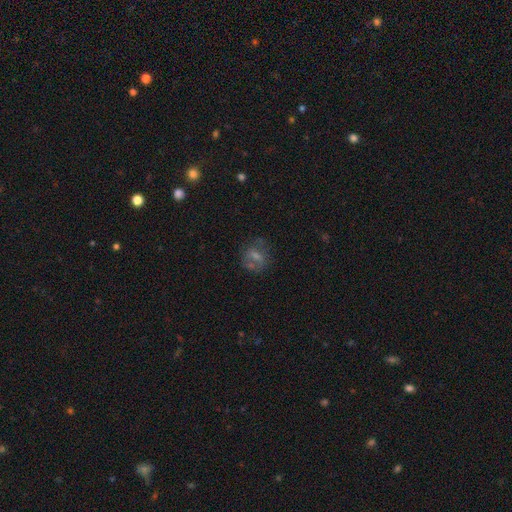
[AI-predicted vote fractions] This appears to be a smooth galaxy with no disk features (40%). Merging: none (69%).